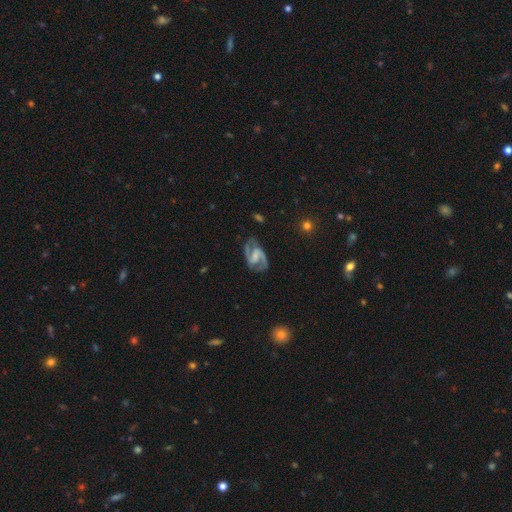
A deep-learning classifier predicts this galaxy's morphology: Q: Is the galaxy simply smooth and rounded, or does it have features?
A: featured or disk — 90%.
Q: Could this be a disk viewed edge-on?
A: no — 98%.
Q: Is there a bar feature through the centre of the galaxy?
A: weak — 48%.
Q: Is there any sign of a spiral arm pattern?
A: yes — 97%.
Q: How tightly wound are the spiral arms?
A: medium — 60%.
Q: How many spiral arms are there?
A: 2 — 93%.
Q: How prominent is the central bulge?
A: none — 38%.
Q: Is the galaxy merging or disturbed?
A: none — 76%.